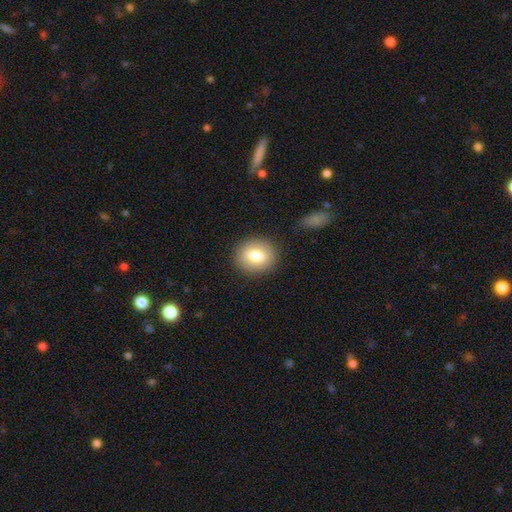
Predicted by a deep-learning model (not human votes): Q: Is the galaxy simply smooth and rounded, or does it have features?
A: smooth — 79%.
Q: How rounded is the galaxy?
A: round — 63%.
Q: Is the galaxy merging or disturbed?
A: none — 87%.